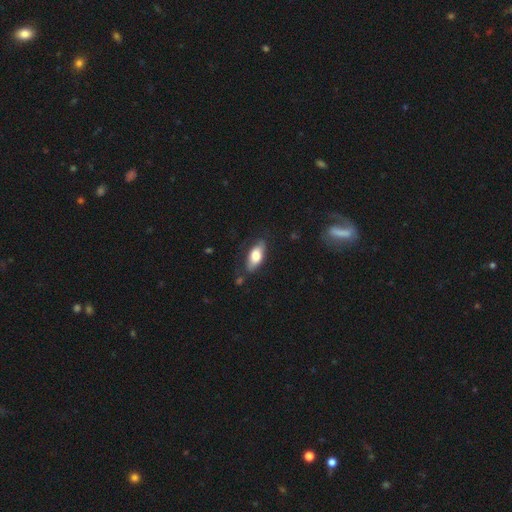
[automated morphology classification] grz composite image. It shows a smooth galaxy with no disk features (73%) that is in between round and cigar-shaped (84%). Merging: none (75%).